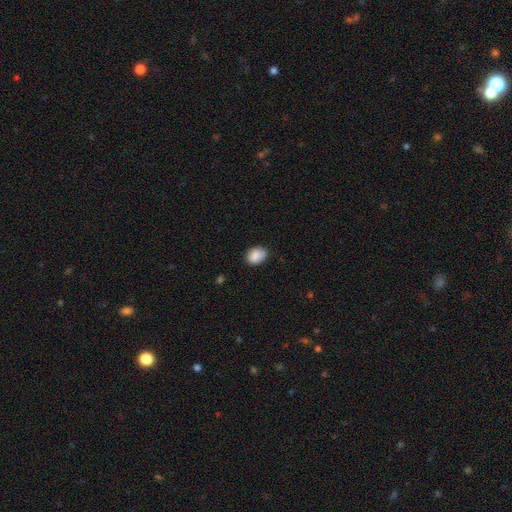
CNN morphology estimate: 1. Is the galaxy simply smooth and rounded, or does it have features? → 88% smooth, 7% star or artifact, 5% featured or disk.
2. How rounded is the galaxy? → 70% in between, 29% round, 1% cigar-shaped.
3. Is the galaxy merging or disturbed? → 81% none, 15% minor disturbance, 2% major disturbance, 1% merger.